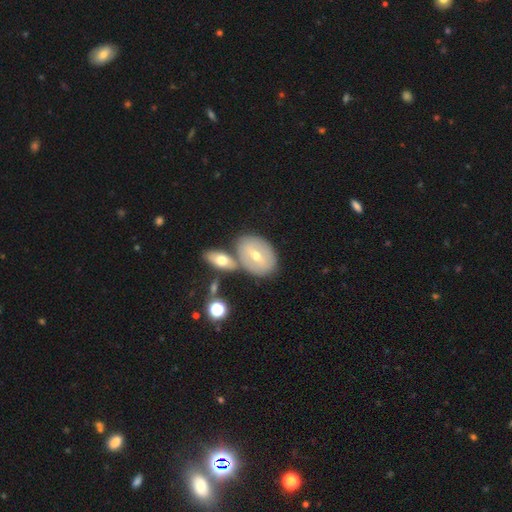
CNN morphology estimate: smooth-or-featured: featured or disk: 48% | smooth: 45% | star or artifact: 7%
  merging: none: 57% | merger: 27% | minor disturbance: 12% | major disturbance: 4%